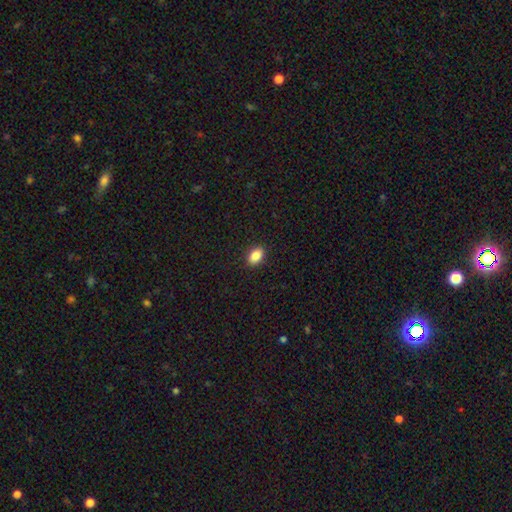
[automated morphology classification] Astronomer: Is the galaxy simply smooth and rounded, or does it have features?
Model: smooth — 87%.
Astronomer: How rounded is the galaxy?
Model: in between — 86%.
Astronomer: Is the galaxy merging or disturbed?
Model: none — 90%.